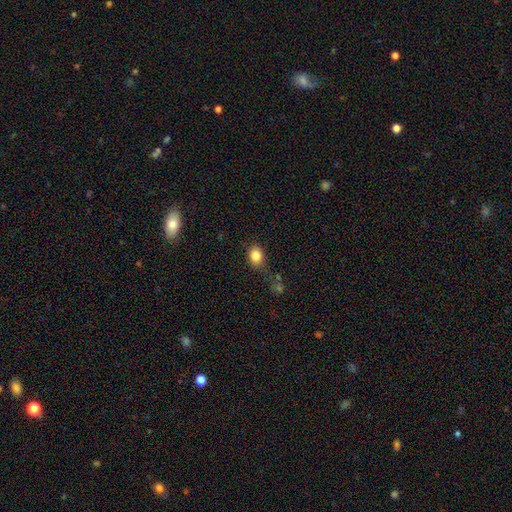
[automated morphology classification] smooth 84%, star or artifact 10%, featured or disk 6%. Down the decision tree: how rounded — in between (50%); merging — none (65%).